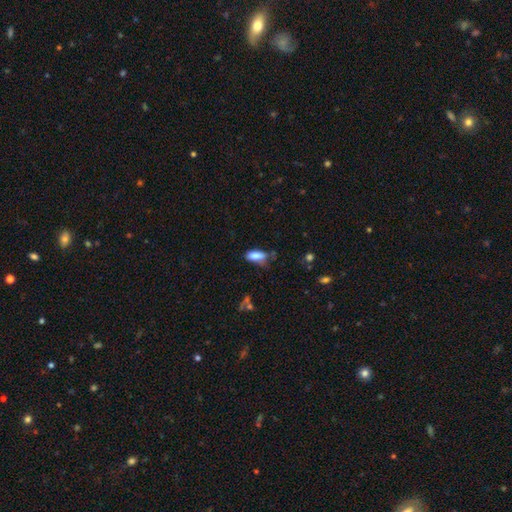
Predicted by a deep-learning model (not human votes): A smooth galaxy with no disk features (83%) that is in between round and cigar-shaped (79%).

Vote fractions:
- Smooth or featured? smooth: 83% / star or artifact: 9% / featured or disk: 9%
- How rounded? in between: 79% / cigar-shaped: 19% / round: 2%
- Merging? none: 52% / minor disturbance: 31% / major disturbance: 12% / merger: 5%